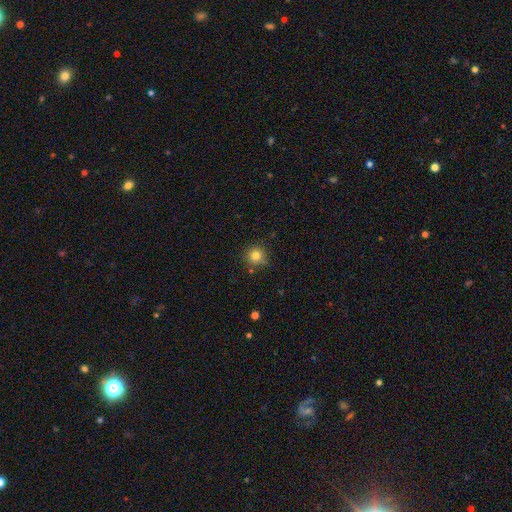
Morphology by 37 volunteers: Smooth or featured? smooth (86%)
How rounded? round (94%)
Merging? none (89%)